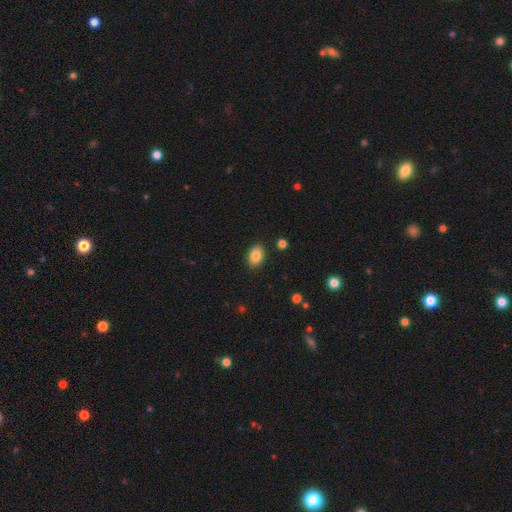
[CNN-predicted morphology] smooth-or-featured: smooth: 85% | star or artifact: 8% | featured or disk: 6%
  how-rounded: in between: 86% | round: 13% | cigar-shaped: 1%
  merging: none: 88% | minor disturbance: 8% | major disturbance: 2% | merger: 2%